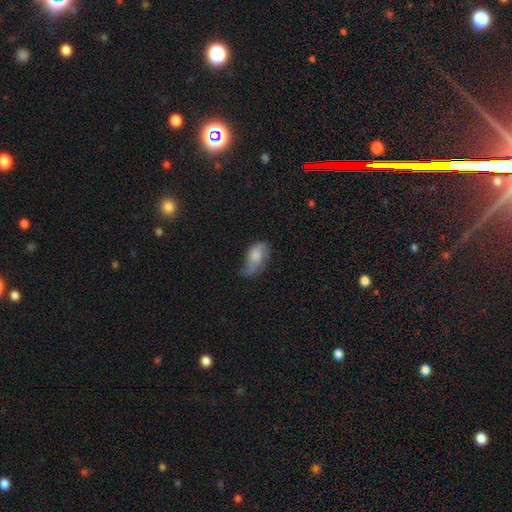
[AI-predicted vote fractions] Smooth or featured: smooth — 60% (featured or disk — 33%)
How rounded: in between — 91% (round — 6%)
Merging: minor disturbance — 38% (none — 37%)